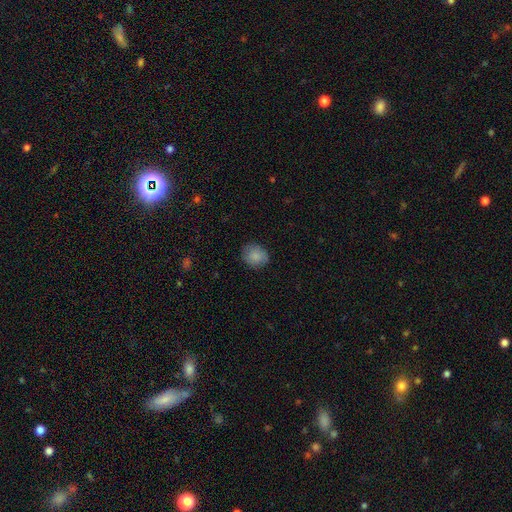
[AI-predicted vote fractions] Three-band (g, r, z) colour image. It shows a smooth galaxy with no disk features (85%) that is round (67%). Merging: none (81%).